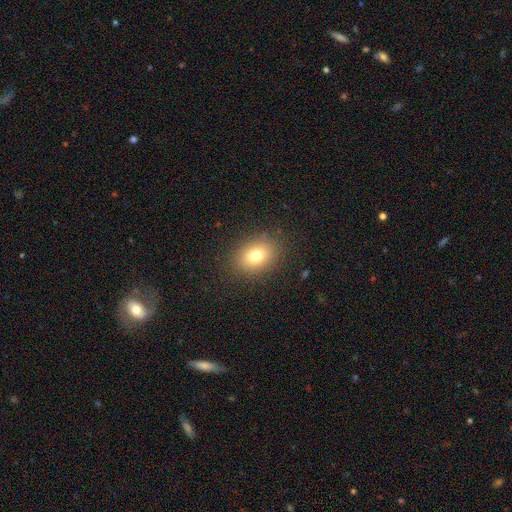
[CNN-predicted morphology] A smooth galaxy with no disk features (77%) that is in between round and cigar-shaped (65%). Merging: none (86%).